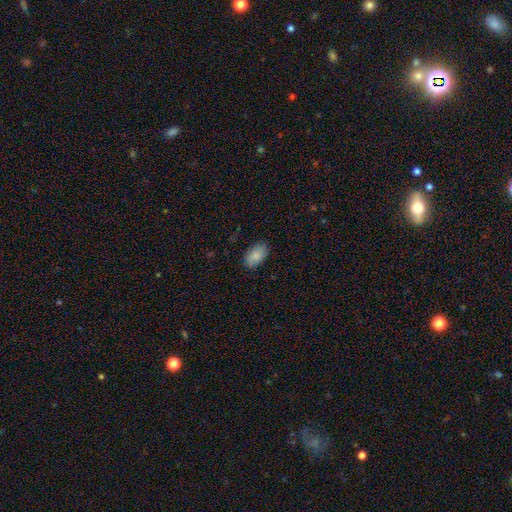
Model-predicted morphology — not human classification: Smooth or featured: smooth — 86% (featured or disk — 8%)
How rounded: in between — 93% (round — 5%)
Merging: none — 83% (minor disturbance — 13%)